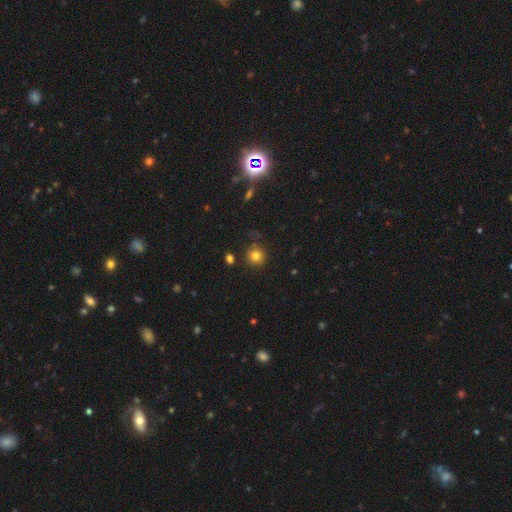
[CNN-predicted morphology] A smooth galaxy with no disk features (80%) that is round (91%). Merging: none (81%).